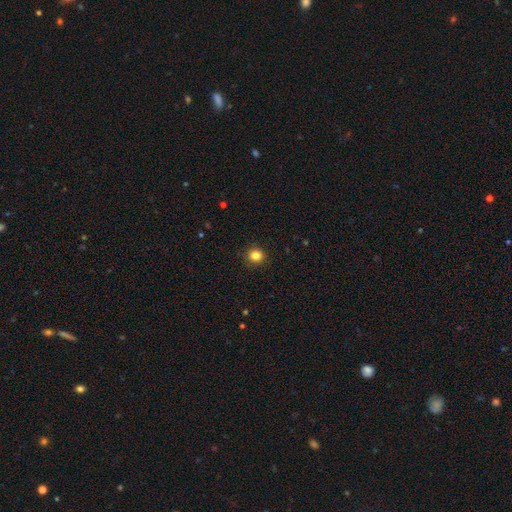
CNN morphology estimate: A smooth galaxy with no disk features (83%) that is round (89%). Merging: none (91%).